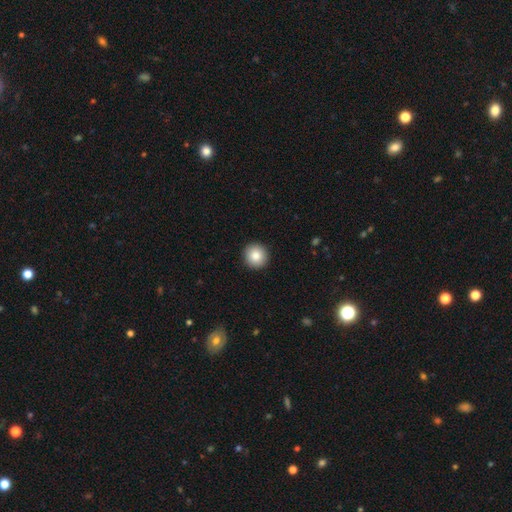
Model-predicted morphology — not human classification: Overall: smooth (85%). How rounded: round (95%). Merging: none (93%).